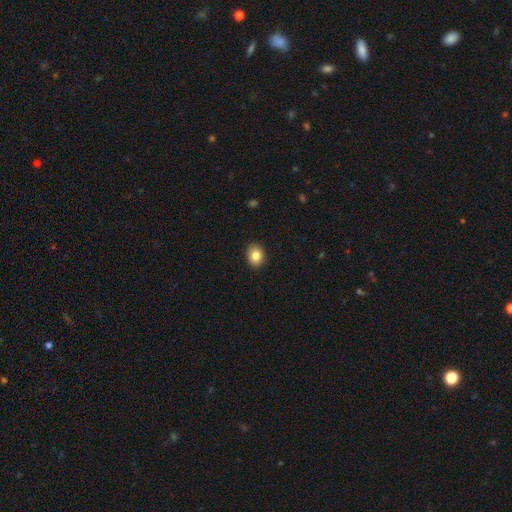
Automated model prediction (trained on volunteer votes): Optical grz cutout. It shows a smooth galaxy with no disk features (84%) that is in between round and cigar-shaped (54%). Merging: none (90%).